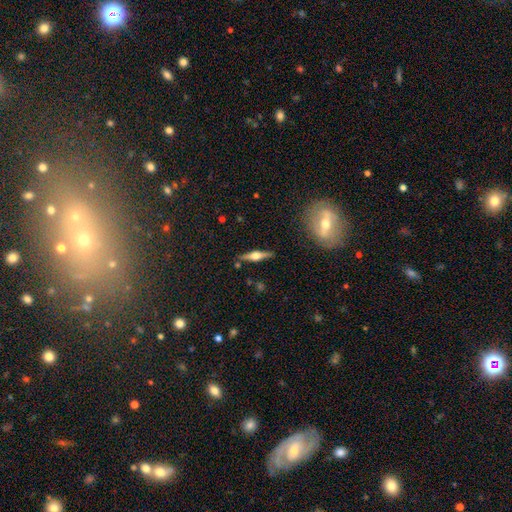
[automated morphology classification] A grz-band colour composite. It shows a featured or disk galaxy (69%) viewed edge-on (96%) with a rounded central bulge (91%). Merging: none (86%).